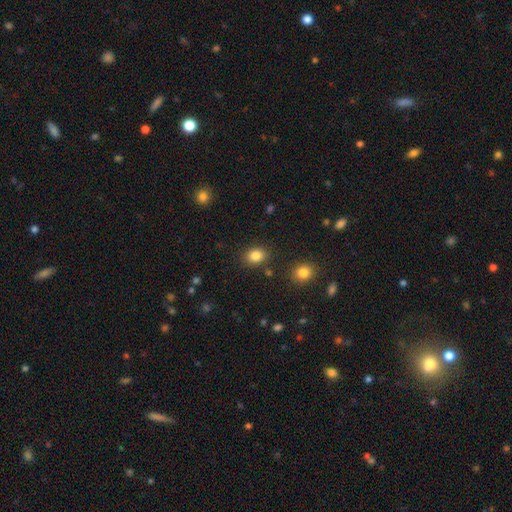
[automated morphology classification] smooth-or-featured: smooth: 85% | star or artifact: 10% | featured or disk: 5%
  how-rounded: in between: 61% | round: 38% | cigar-shaped: 1%
  merging: none: 84% | minor disturbance: 9% | merger: 4% | major disturbance: 3%